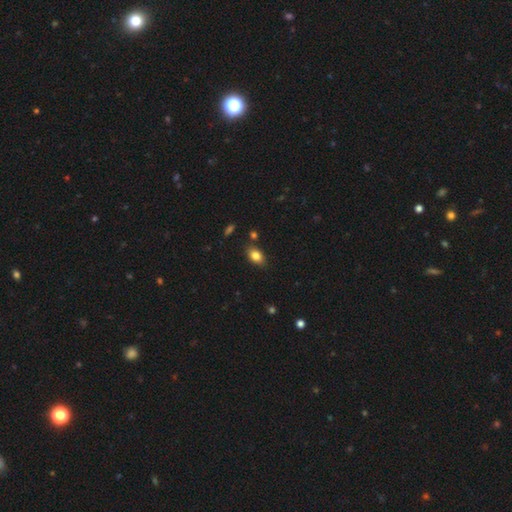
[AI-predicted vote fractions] Smooth or featured: smooth — 82% (star or artifact — 9%)
How rounded: in between — 84% (round — 14%)
Merging: none — 81% (minor disturbance — 13%)